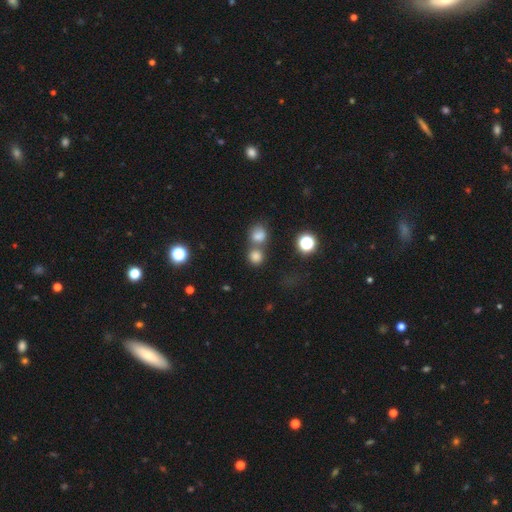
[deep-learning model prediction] The model was most divided on "merging": none: 50%, merger: 39%, minor disturbance: 7%, major disturbance: 4%. More confident: how rounded — round (82%); smooth or featured — smooth (74%).